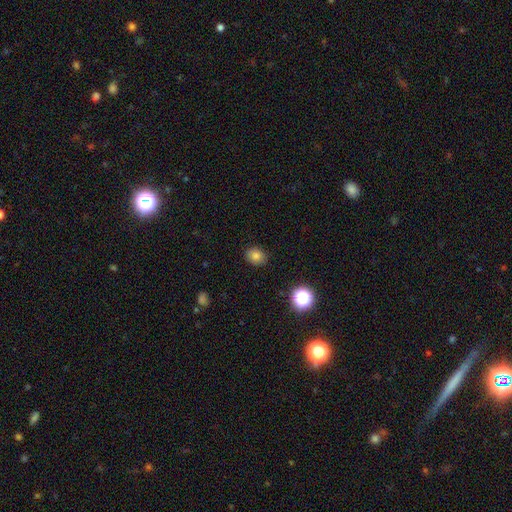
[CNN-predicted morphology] type=smooth (80%); roundness=round (55%); merging=none (88%).